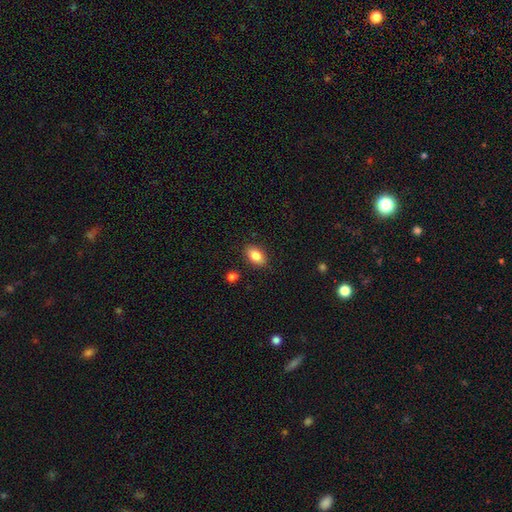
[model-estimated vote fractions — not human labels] Smooth or featured?
  - smooth: 85% *
  - star or artifact: 8%
  - featured or disk: 8%
How rounded?
  - in between: 90% *
  - round: 8%
  - cigar-shaped: 3%
Merging?
  - none: 86% *
  - minor disturbance: 9%
  - major disturbance: 2%
  - merger: 2%